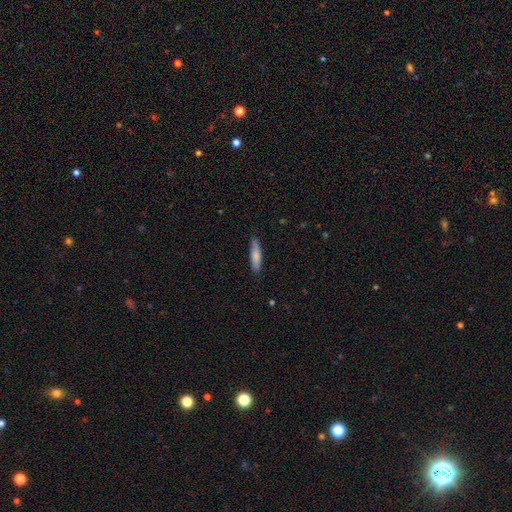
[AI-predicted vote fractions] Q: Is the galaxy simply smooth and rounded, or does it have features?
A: smooth — 78%.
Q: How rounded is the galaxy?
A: cigar-shaped — 79%.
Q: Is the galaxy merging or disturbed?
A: none — 86%.